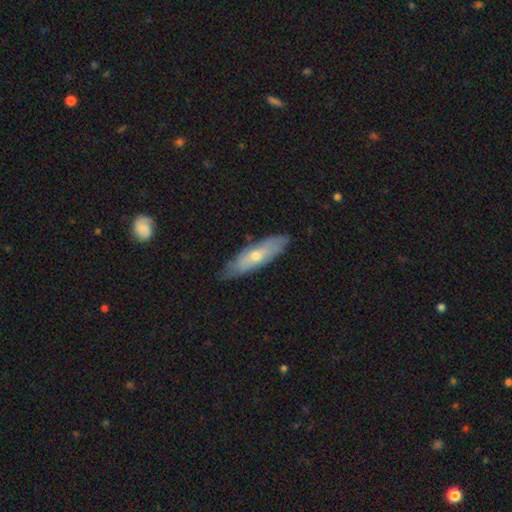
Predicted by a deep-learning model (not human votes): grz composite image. It shows a featured or disk galaxy (48%). Merging: none (77%).